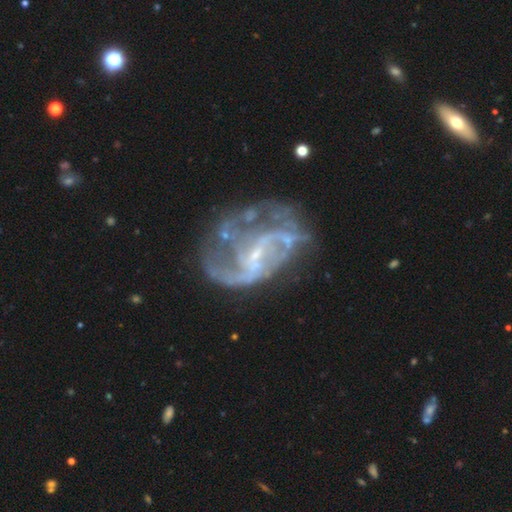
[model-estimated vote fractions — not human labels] Smooth or featured? Predicted: featured or disk (p=0.86). Edge-on disk? Predicted: no (p=0.98). Bar? Predicted: weak (p=0.48). Spiral arms? Predicted: yes (p=0.84). Spiral winding? Predicted: loose (p=0.44). Spiral arm count? Predicted: 2 (p=0.42). Bulge size? Predicted: small (p=0.72). Merging? Predicted: none (p=0.41).